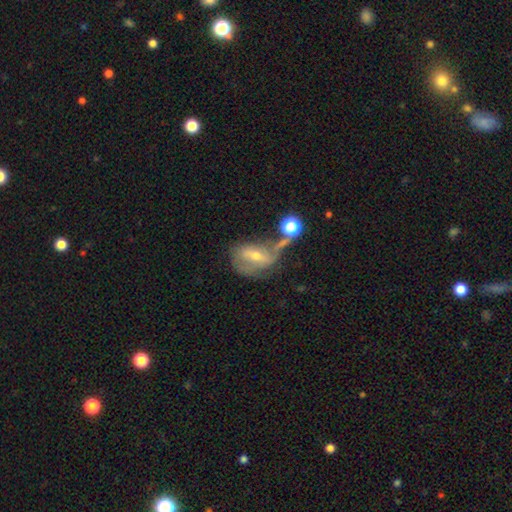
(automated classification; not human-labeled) Smooth or featured? Predicted: featured or disk (p=0.62). Edge-on disk? Predicted: no (p=0.93). Bar? Predicted: weak (p=0.39). Spiral arms? Predicted: yes (p=0.60). Bulge size? Predicted: moderate (p=0.49). Merging? Predicted: major disturbance (p=0.29).